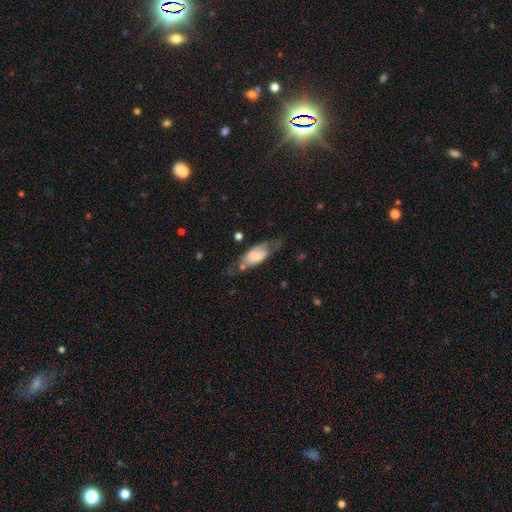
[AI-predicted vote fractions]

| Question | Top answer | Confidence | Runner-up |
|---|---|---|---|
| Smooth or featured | smooth | 56% | featured or disk (38%) |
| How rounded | in between | 80% | cigar-shaped (17%) |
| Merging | none | 50% | minor disturbance (28%) |